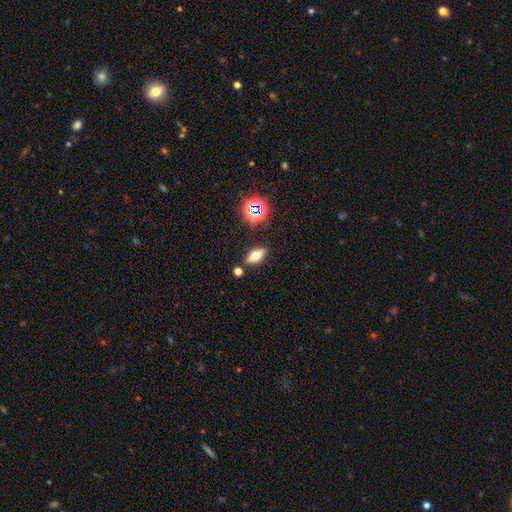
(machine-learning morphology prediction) Smooth or featured?
  - smooth: 51% *
  - featured or disk: 34%
  - star or artifact: 15%
How rounded?
  - in between: 67% *
  - cigar-shaped: 25%
  - round: 8%
Merging?
  - none: 81% *
  - minor disturbance: 10%
  - merger: 5%
  - major disturbance: 3%